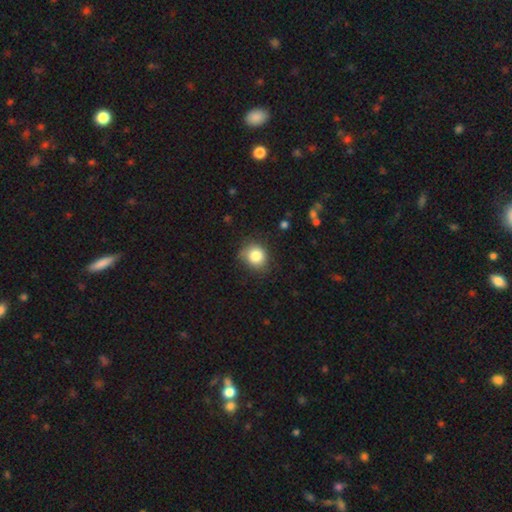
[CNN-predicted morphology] A smooth galaxy with no disk features (83%) that is round (75%).

Vote fractions:
- Smooth or featured? smooth: 83% / star or artifact: 10% / featured or disk: 7%
- How rounded? round: 75% / in between: 24% / cigar-shaped: 1%
- Merging? none: 74% / minor disturbance: 20% / major disturbance: 5% / merger: 1%